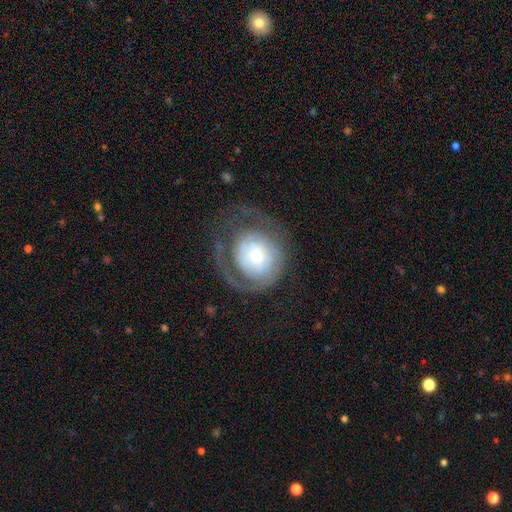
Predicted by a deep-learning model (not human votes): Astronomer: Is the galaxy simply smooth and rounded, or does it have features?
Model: featured or disk — 70%.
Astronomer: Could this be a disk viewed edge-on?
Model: no — 97%.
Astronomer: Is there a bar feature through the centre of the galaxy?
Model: no — 75%.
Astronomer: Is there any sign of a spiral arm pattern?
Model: yes — 81%.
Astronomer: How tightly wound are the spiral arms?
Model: tight — 57%.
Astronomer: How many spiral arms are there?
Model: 1 — 38% (runner-up: 2, 28%).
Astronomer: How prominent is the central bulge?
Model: moderate — 53% (runner-up: small, 32%).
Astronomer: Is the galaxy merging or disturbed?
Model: none — 54%.